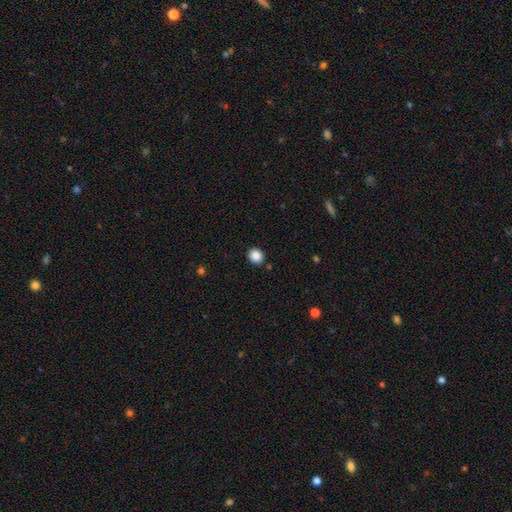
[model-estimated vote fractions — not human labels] Smooth or featured? Predicted: smooth (p=0.87). How rounded? Predicted: round (p=0.79). Merging? Predicted: none (p=0.89).